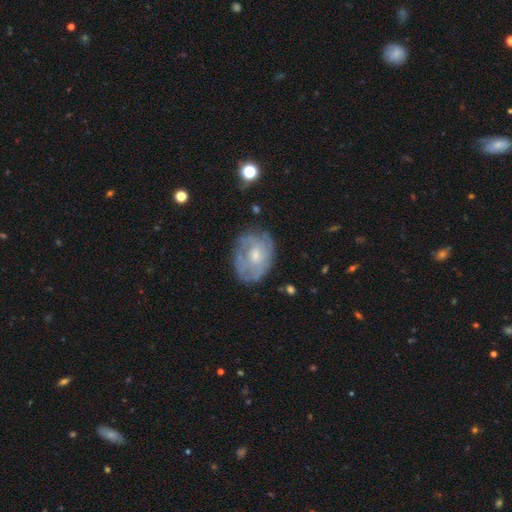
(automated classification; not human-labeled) Smooth or featured?
  - featured or disk: 61% *
  - smooth: 32%
  - star or artifact: 7%
Edge-on disk?
  - no: 97% *
  - yes: 3%
Bar?
  - no: 76% *
  - weak: 22%
  - strong: 3%
Spiral arms?
  - yes: 59% *
  - no: 41%
Bulge size?
  - small: 46% * (tied)
  - moderate: 46% * (tied)
  - none: 5%
  - large: 3%
  - dominant: 1%
Merging?
  - none: 66% *
  - minor disturbance: 23%
  - major disturbance: 9%
  - merger: 2%